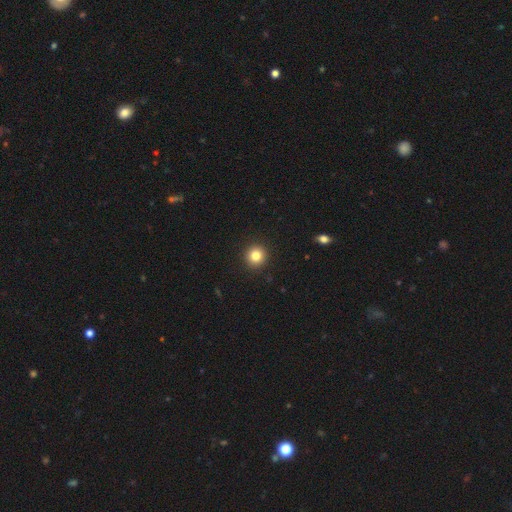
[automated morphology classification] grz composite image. It shows a smooth galaxy with no disk features (83%) that is round (94%). Merging: none (93%).